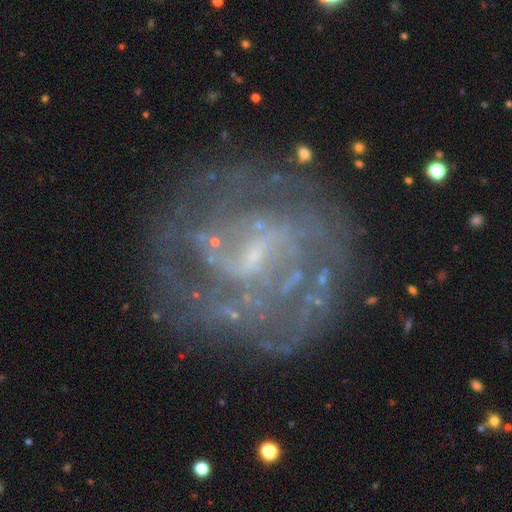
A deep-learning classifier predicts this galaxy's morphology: The model was most divided on "spiral winding": tight: 49%, medium: 34%, loose: 17%. Remaining: edge-on disk — no (98%); smooth or featured — featured or disk (80%); spiral arms — yes (75%); merging — none (71%); bulge size — small (61%); bar — weak (52%); spiral arm count — can't tell (49%).